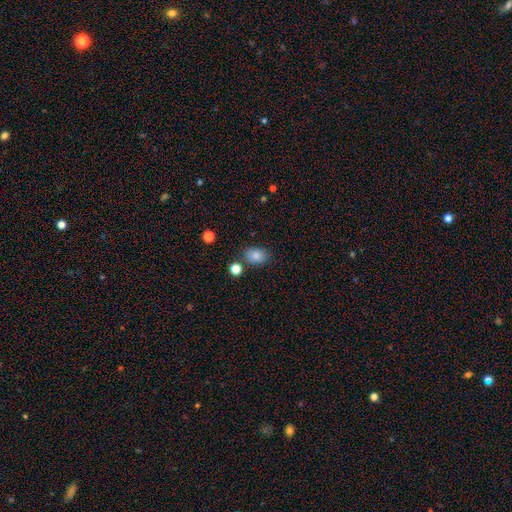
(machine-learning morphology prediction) This appears to be a smooth galaxy with no disk features (84%) that is in between round and cigar-shaped (66%). Merging: none (77%).